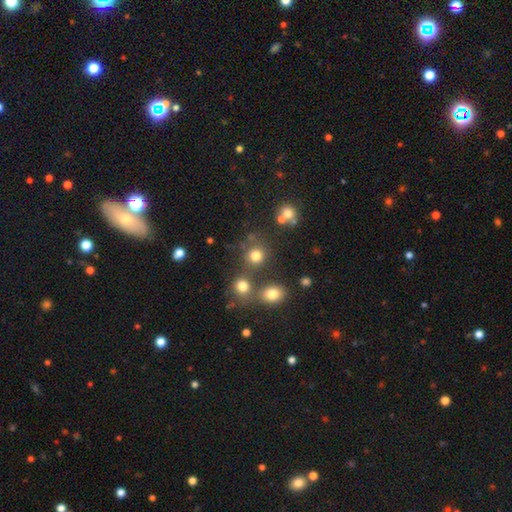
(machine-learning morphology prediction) smooth 77%, star or artifact 16%, featured or disk 7%. Down the decision tree: how rounded — round (88%); merging — none (69%).